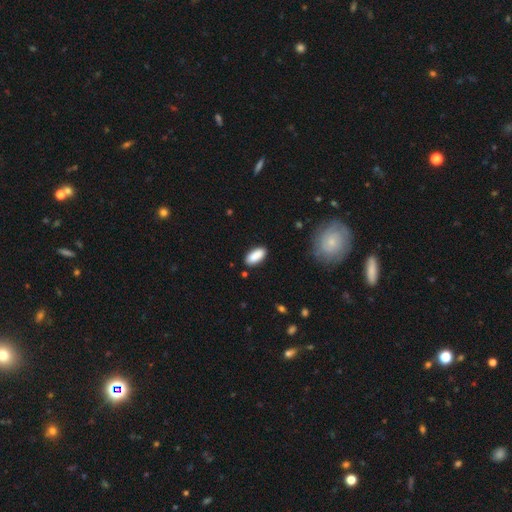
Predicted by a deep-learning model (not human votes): This appears to be a smooth galaxy with no disk features (90%) that is in between round and cigar-shaped (87%). Merging: none (86%).